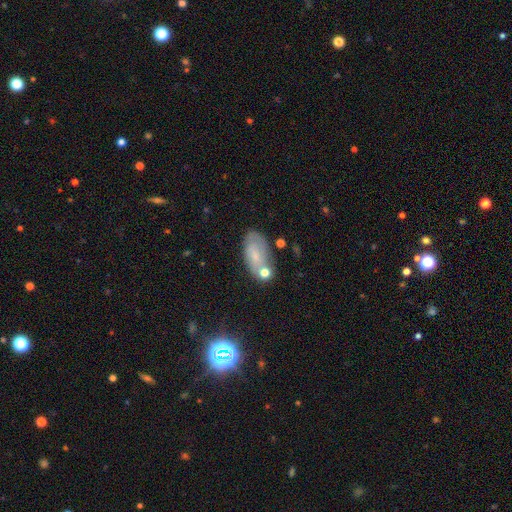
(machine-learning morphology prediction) Overall: smooth (58%; featured or disk 30%). How rounded: in between (89%). Merging: none (58%; minor disturbance 22%).